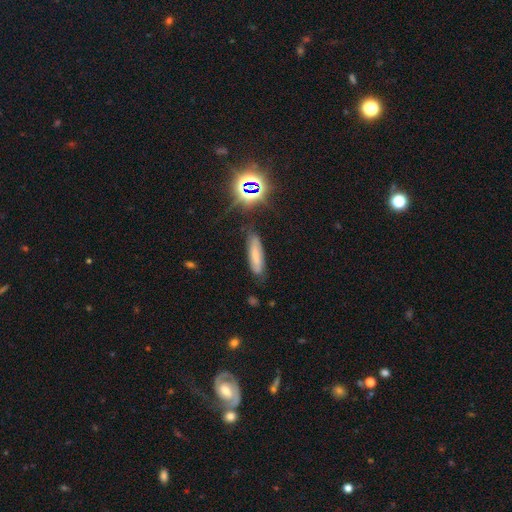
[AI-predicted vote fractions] Morphology: type=smooth (58%); roundness=cigar-shaped (68%); merging=none (72%).